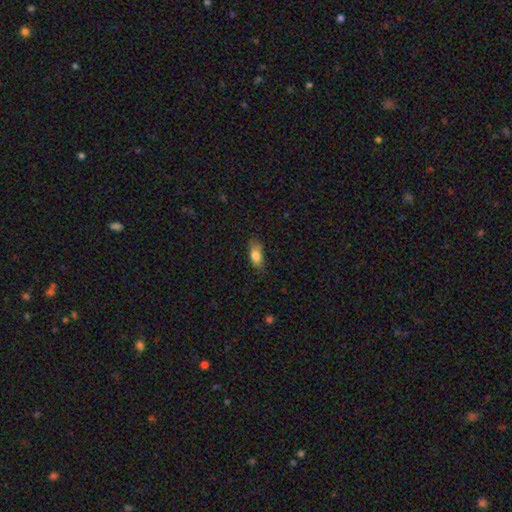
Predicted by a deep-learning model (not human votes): This appears to be a smooth galaxy with no disk features (79%) that is in between round and cigar-shaped (81%). Merging: none (69%).